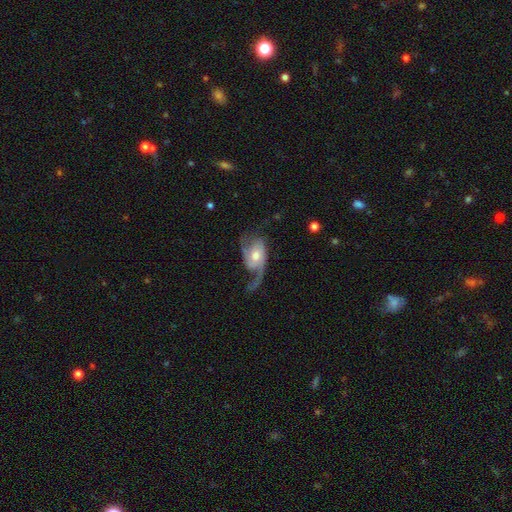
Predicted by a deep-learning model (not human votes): This is clearly a featured or disk galaxy (80%). It is clearly not viewed edge-on (96%). Bar: likely no (65%). Spiral arm pattern: clearly yes (93%). Spiral arm count: possibly 2 (58%). Spiral winding: possibly loose (60%). Central bulge: likely moderate (64%). Merging: marginally none (41%).